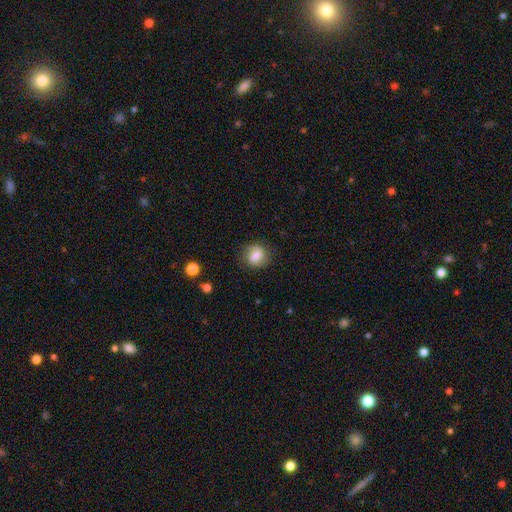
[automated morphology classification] Smooth or featured? Predicted: smooth (p=0.69). How rounded? Predicted: round (p=0.75). Merging? Predicted: none (p=0.79).